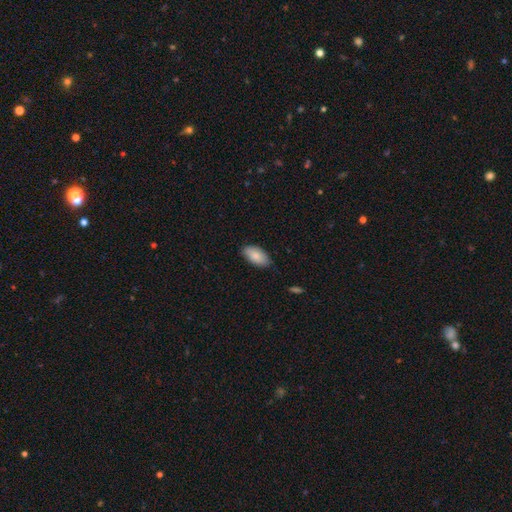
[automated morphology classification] smooth-or-featured: smooth: 87% | featured or disk: 7% | star or artifact: 6%
  how-rounded: in between: 94% | cigar-shaped: 4% | round: 2%
  merging: none: 84% | minor disturbance: 13% | major disturbance: 2% | merger: 1%